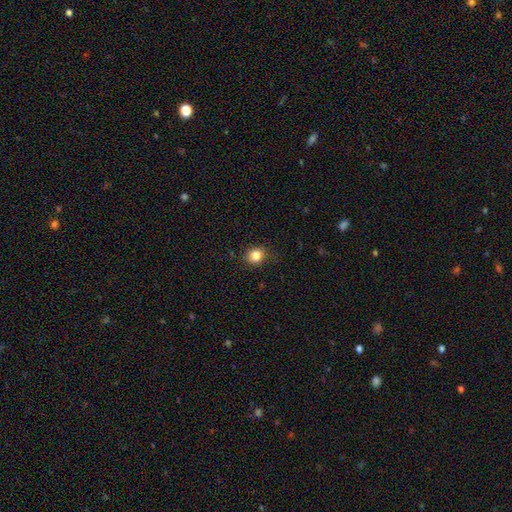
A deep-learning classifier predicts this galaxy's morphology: This is clearly a smooth galaxy (84%). How rounded: likely round (69%). Merging: clearly none (85%).